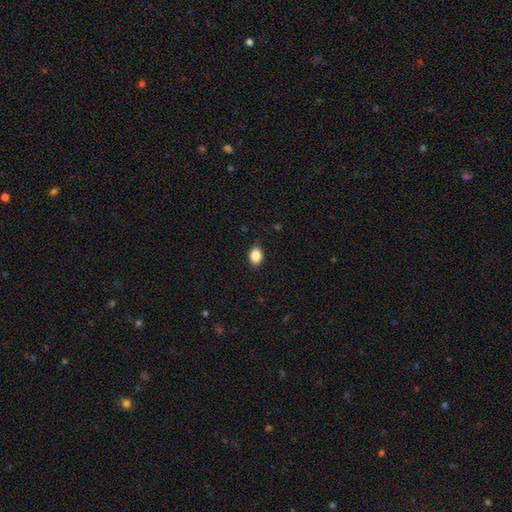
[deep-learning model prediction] A smooth galaxy with no disk features (87%) that is in between round and cigar-shaped (72%). Merging: none (86%).